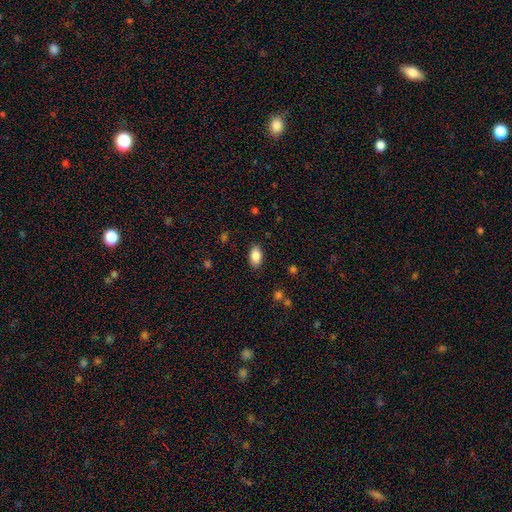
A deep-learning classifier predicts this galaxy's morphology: smooth_or_featured: smooth (p=0.86) [alt: star or artifact p=0.08]
how_rounded: in between (p=0.93) [alt: round p=0.05]
merging: none (p=0.86) [alt: minor disturbance p=0.10]